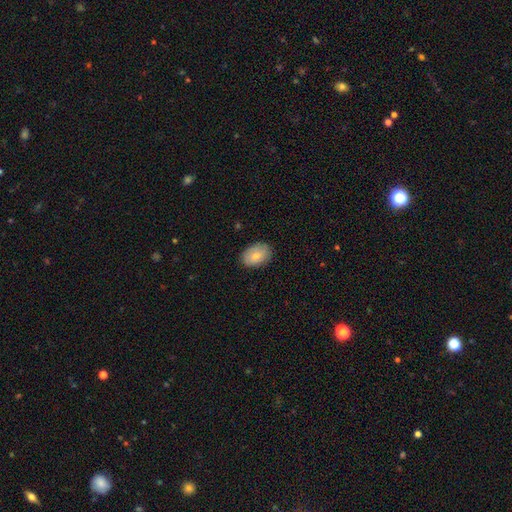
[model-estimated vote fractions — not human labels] Smooth or featured: smooth — 78% (featured or disk — 16%)
How rounded: in between — 85% (round — 14%)
Merging: none — 84% (minor disturbance — 13%)